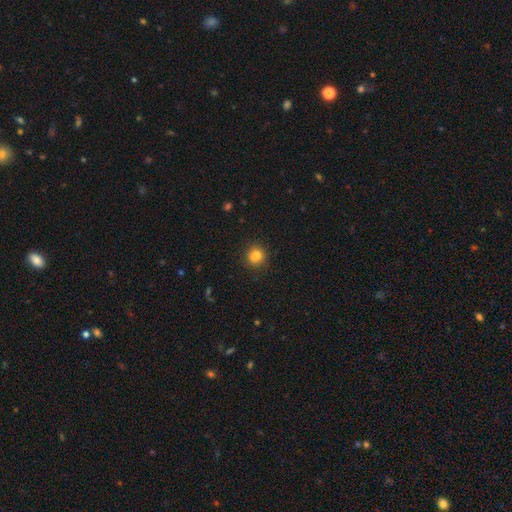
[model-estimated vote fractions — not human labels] Morphology: type=smooth (83%); roundness=round (93%); merging=none (91%).